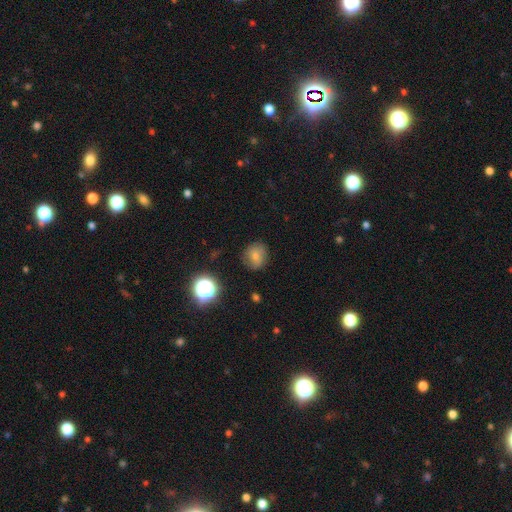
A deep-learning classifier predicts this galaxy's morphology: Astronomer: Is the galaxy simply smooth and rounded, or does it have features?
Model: smooth — 70%.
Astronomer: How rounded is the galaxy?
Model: round — 78%.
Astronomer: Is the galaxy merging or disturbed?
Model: none — 78%.